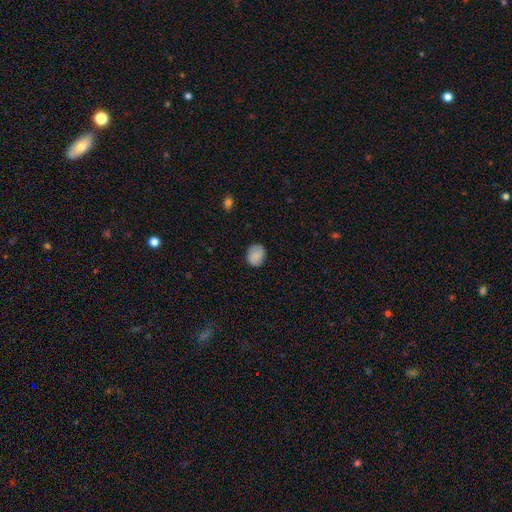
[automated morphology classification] A smooth galaxy with no disk features (86%) that is round (66%).

Vote fractions:
- Smooth or featured? smooth: 86% / star or artifact: 8% / featured or disk: 6%
- How rounded? round: 66% / in between: 33% / cigar-shaped: 1%
- Merging? none: 84% / minor disturbance: 12% / major disturbance: 3% / merger: 1%